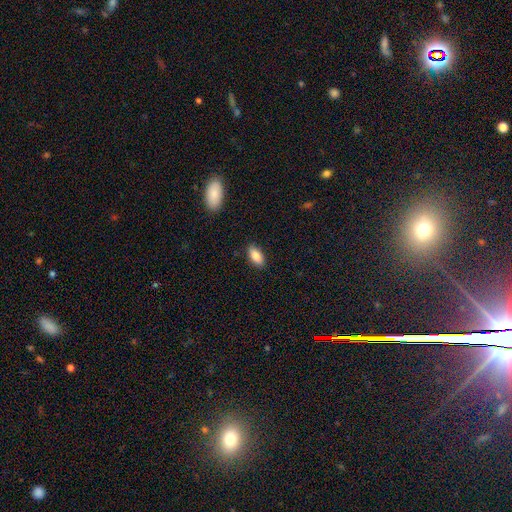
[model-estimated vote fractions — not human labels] Smooth or featured? Predicted: smooth (p=0.85). How rounded? Predicted: in between (p=0.89). Merging? Predicted: none (p=0.88).